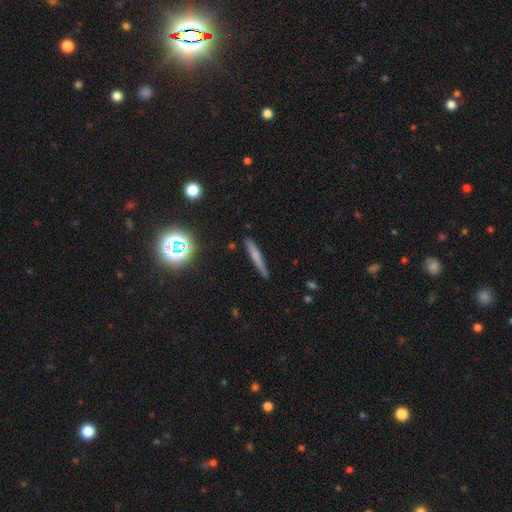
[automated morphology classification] A smooth galaxy with no disk features (56%) that is cigar-shaped (92%). Merging: none (85%).